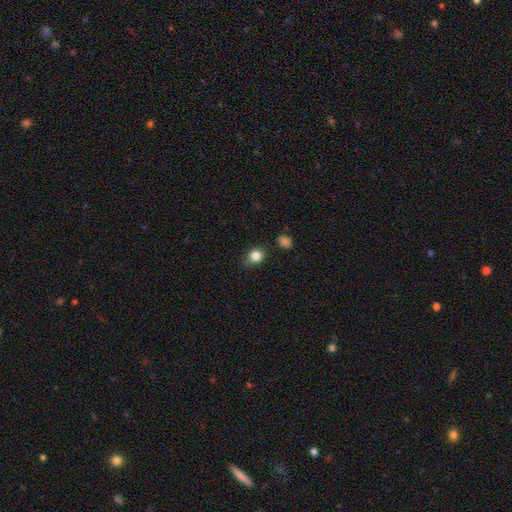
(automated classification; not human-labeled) This is clearly a smooth galaxy (84%). How rounded: likely round (64%). Merging: likely none (79%).